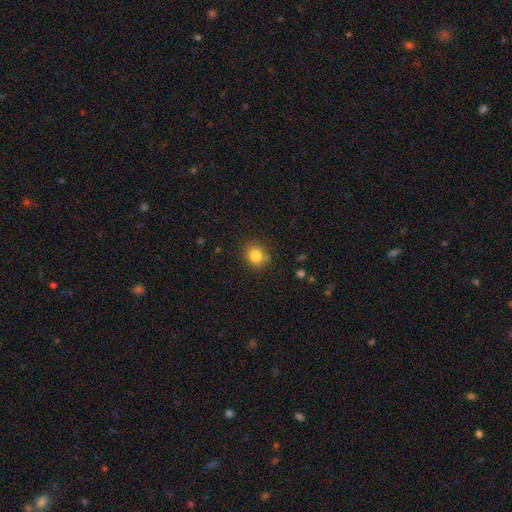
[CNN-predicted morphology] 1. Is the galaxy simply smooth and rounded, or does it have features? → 83% smooth, 11% star or artifact, 6% featured or disk.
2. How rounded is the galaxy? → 80% round, 19% in between, 1% cigar-shaped.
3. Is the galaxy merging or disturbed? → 78% none, 13% minor disturbance, 6% merger, 3% major disturbance.